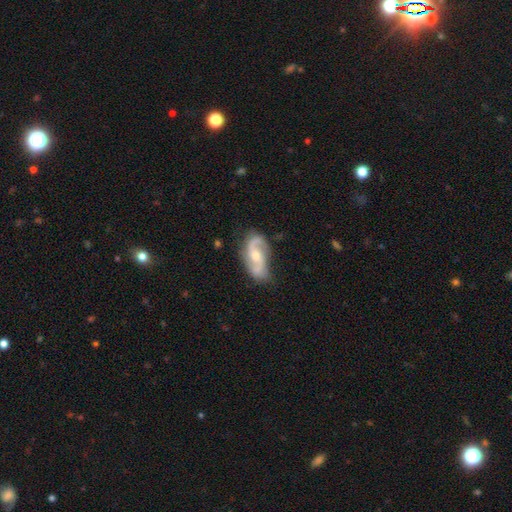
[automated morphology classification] Q: Smooth or featured?
A: featured or disk (84%); runner-up: smooth (11%)
Q: Edge-on disk?
A: no (96%); runner-up: yes (4%)
Q: Bar?
A: no (51%); runner-up: weak (40%)
Q: Spiral arms?
A: yes (96%); runner-up: no (4%)
Q: Spiral winding?
A: medium (46%); runner-up: loose (40%)
Q: Spiral arm count?
A: 2 (89%); runner-up: can't tell (4%)
Q: Bulge size?
A: moderate (54%); runner-up: small (38%)
Q: Merging?
A: none (68%); runner-up: minor disturbance (22%)